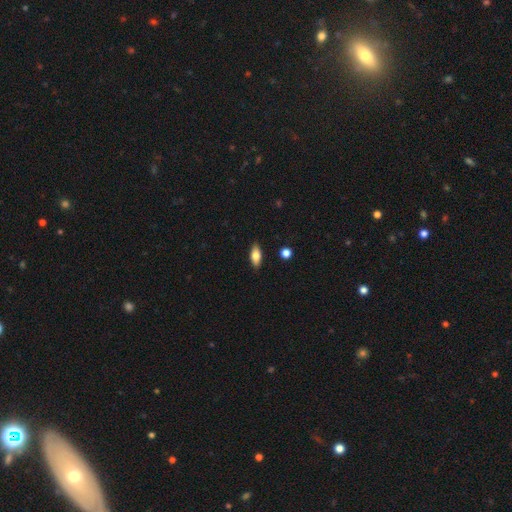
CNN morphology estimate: smooth 76%, featured or disk 17%, star or artifact 7%. Down the decision tree: how rounded — in between (82%); merging — none (88%).